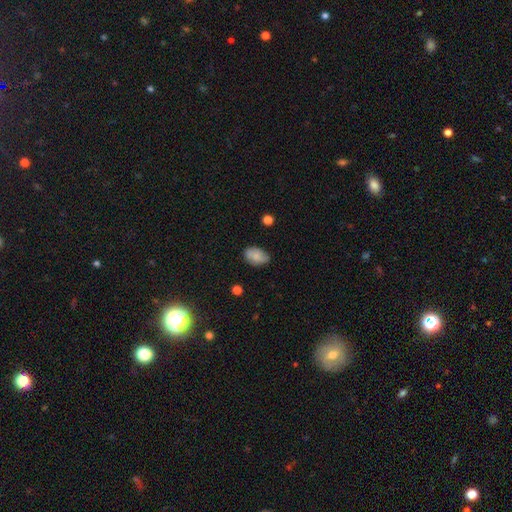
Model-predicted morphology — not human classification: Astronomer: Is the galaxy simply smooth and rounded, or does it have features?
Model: smooth — 82%.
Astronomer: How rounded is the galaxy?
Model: in between — 89%.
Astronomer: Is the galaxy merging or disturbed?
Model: none — 73%.